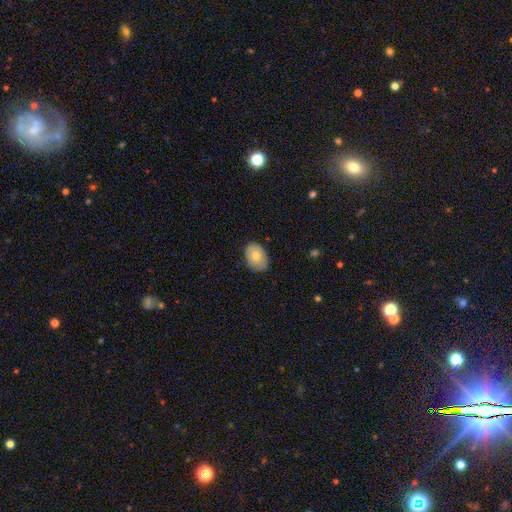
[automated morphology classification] Q: Smooth or featured?
A: smooth (74%); runner-up: featured or disk (19%)
Q: How rounded?
A: in between (80%); runner-up: round (19%)
Q: Merging?
A: none (77%); runner-up: minor disturbance (19%)